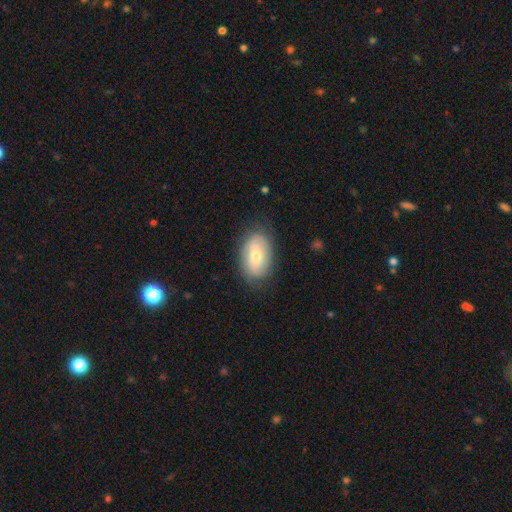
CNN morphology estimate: Smooth or featured?
  - smooth: 65% *
  - featured or disk: 28%
  - star or artifact: 7%
How rounded?
  - in between: 89% *
  - round: 9%
  - cigar-shaped: 2%
Merging?
  - none: 80% *
  - minor disturbance: 15%
  - major disturbance: 4%
  - merger: 1%